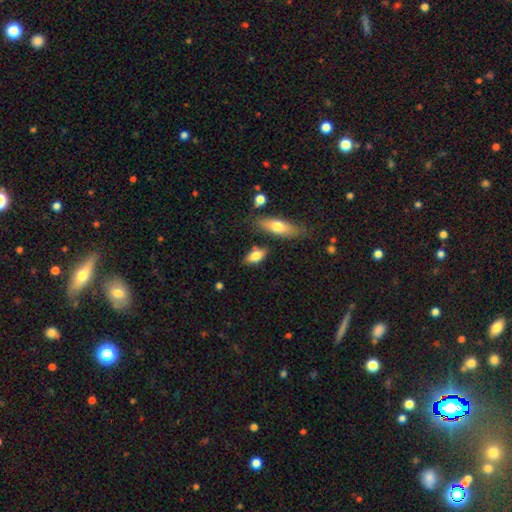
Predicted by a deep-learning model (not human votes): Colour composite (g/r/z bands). It shows a smooth galaxy with no disk features (79%) that is in between round and cigar-shaped (85%). Merging: none (72%).